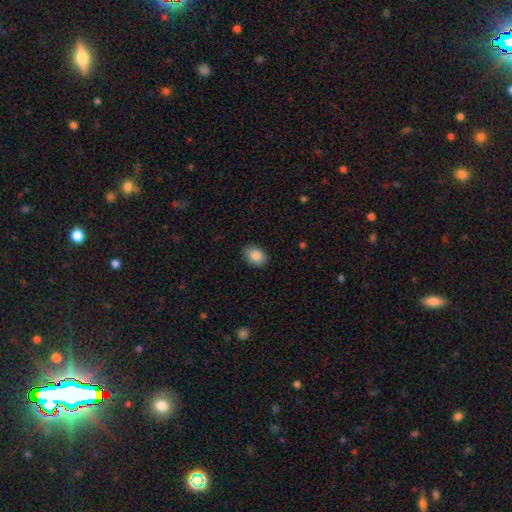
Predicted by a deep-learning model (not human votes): Morphology: type=smooth (88%); roundness=in between (79%); merging=none (87%).